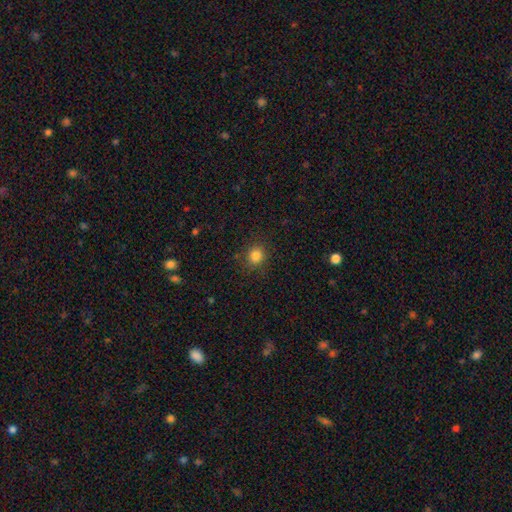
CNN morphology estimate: Smooth or featured: smooth — 83% (star or artifact — 13%)
How rounded: round — 84% (in between — 15%)
Merging: none — 85% (minor disturbance — 10%)